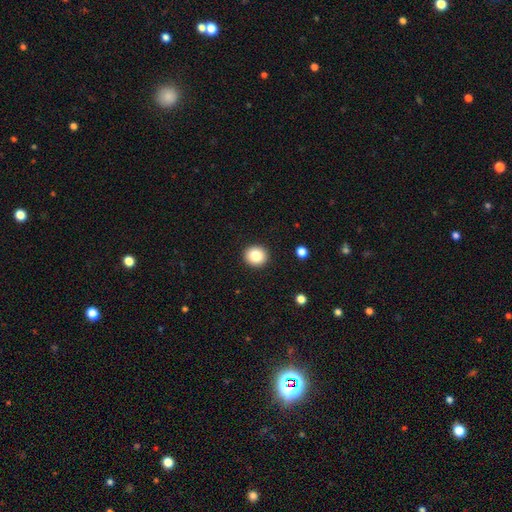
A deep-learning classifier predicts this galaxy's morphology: type=smooth (84%); roundness=round (89%); merging=none (92%).